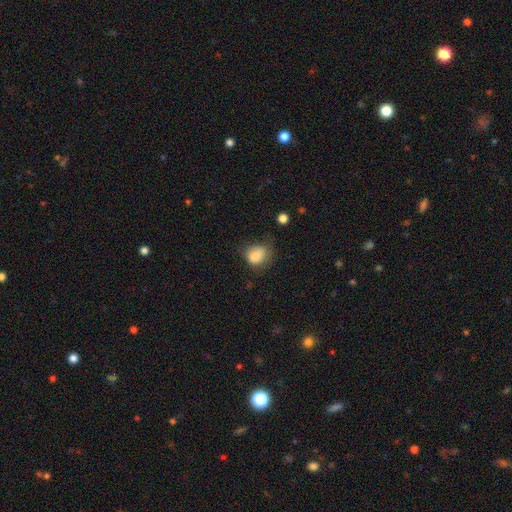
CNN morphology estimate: smooth 84%, star or artifact 9%, featured or disk 7%. Down the decision tree: how rounded — round (54%); merging — none (54%).